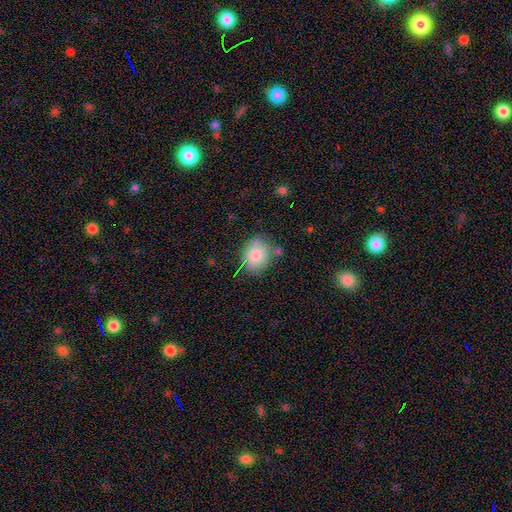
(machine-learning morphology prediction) smooth_or_featured: smooth (p=0.81) [alt: featured or disk p=0.11]
how_rounded: round (p=0.59) [alt: in between p=0.39]
merging: none (p=0.68) [alt: minor disturbance p=0.20]